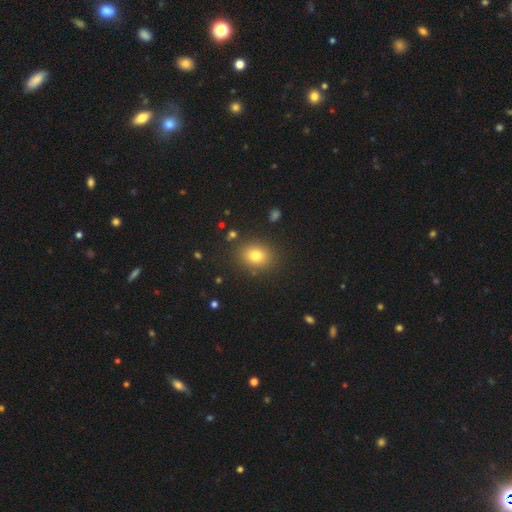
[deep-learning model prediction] smooth 78%, star or artifact 13%, featured or disk 9%. Down the decision tree: how rounded — round (54%); merging — none (87%).